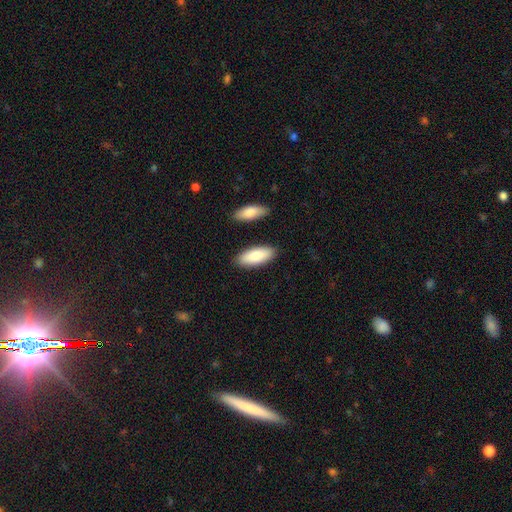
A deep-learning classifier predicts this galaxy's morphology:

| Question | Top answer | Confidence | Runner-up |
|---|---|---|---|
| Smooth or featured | smooth | 84% | featured or disk (11%) |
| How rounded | in between | 80% | cigar-shaped (18%) |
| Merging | none | 84% | minor disturbance (9%) |